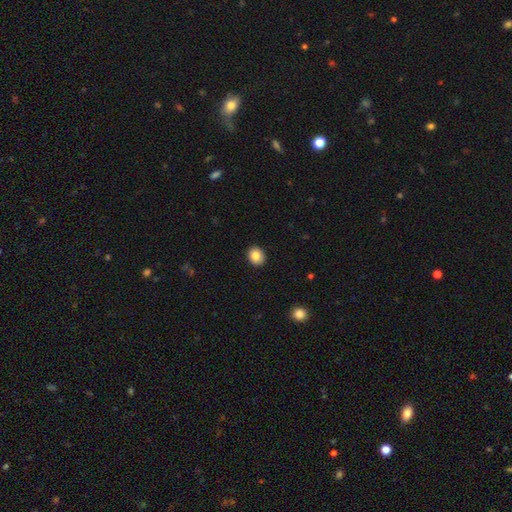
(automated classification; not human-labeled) smooth 85%, star or artifact 9%, featured or disk 6%. Down the decision tree: how rounded — round (66%); merging — none (91%).